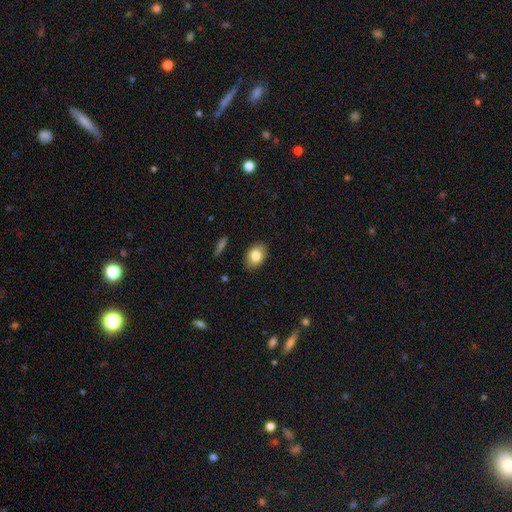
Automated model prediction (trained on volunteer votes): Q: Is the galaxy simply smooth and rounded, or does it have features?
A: smooth — 83%.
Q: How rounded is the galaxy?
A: in between — 76%.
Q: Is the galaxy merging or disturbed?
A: none — 87%.